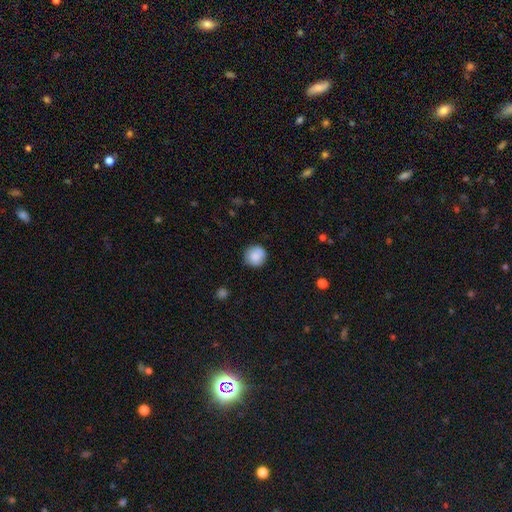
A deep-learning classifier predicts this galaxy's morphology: Smooth or featured?
  - smooth: 87% *
  - star or artifact: 8%
  - featured or disk: 5%
How rounded?
  - round: 93% *
  - in between: 6%
  - cigar-shaped: 1%
Merging?
  - none: 86% *
  - minor disturbance: 10%
  - major disturbance: 2%
  - merger: 1%